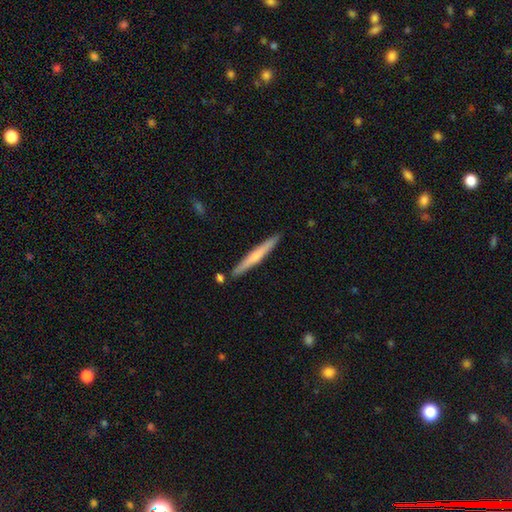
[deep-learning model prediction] smooth 51%, featured or disk 44%, star or artifact 5%. Down the decision tree: how rounded — cigar-shaped (96%); merging — none (87%).